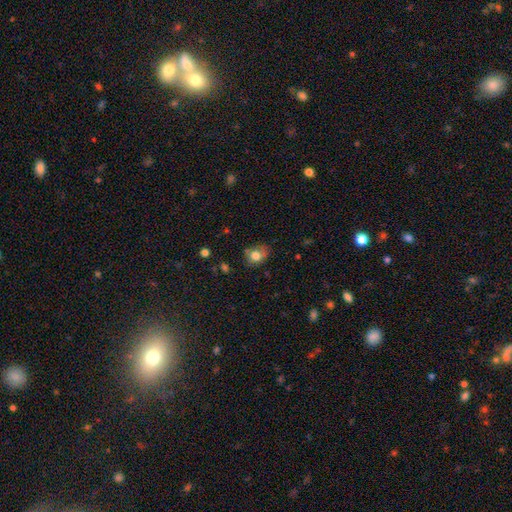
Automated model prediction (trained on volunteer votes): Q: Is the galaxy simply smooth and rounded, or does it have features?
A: smooth — 77%.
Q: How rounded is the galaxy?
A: round — 50%.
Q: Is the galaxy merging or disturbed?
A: none — 56%.